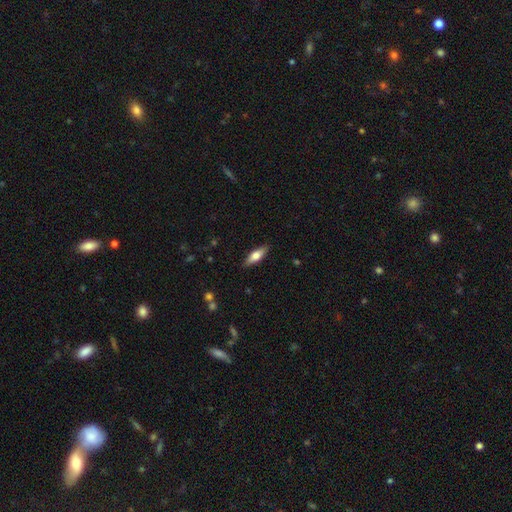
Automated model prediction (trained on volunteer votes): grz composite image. It shows a smooth galaxy with no disk features (62%) that is in between round and cigar-shaped (56%). Merging: none (88%).